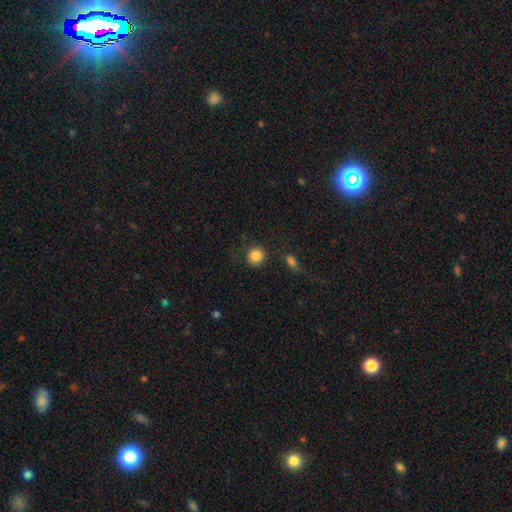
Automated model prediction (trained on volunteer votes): Smooth or featured?
  - smooth: 85% *
  - star or artifact: 9%
  - featured or disk: 6%
How rounded?
  - round: 90% *
  - in between: 9%
  - cigar-shaped: 1%
Merging?
  - none: 79% *
  - minor disturbance: 10%
  - merger: 6%
  - major disturbance: 5%